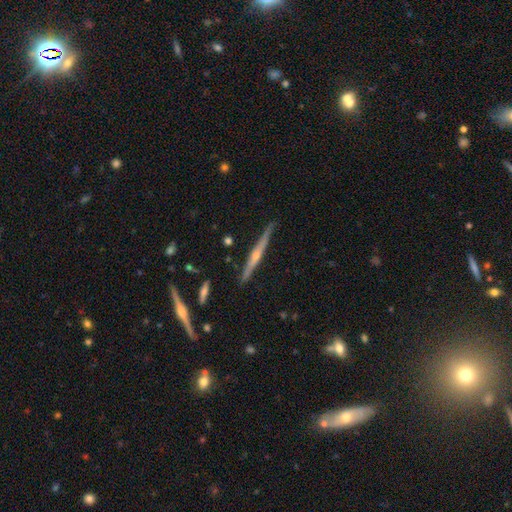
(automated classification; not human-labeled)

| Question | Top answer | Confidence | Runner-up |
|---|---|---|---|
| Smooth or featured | featured or disk | 77% | smooth (17%) |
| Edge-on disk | yes | 98% | no (2%) |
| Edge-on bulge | rounded | 81% | none (14%) |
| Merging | none | 86% | minor disturbance (11%) |